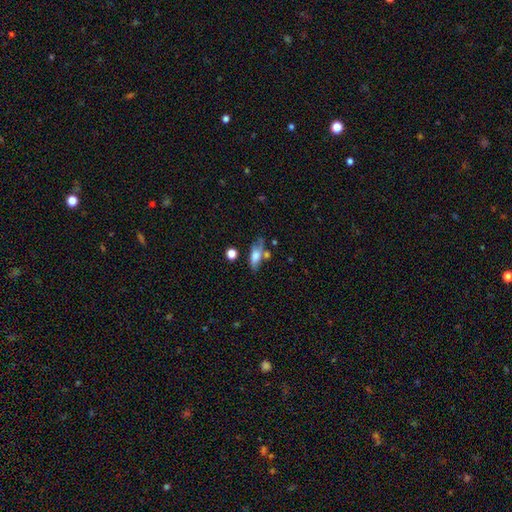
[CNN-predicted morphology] Smooth or featured: smooth — 65% (featured or disk — 26%)
How rounded: in between — 67% (cigar-shaped — 28%)
Merging: none — 49% (minor disturbance — 24%)